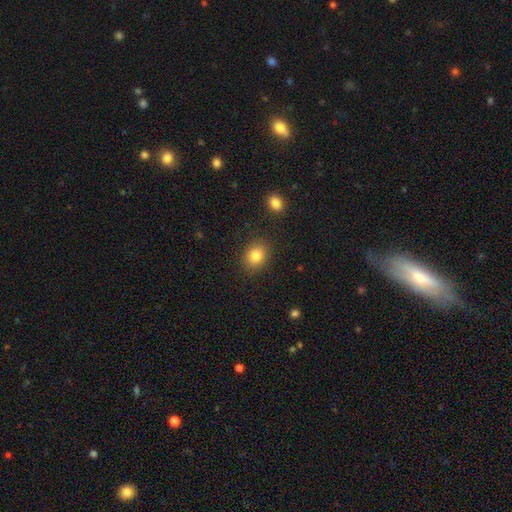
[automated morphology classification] Smooth or featured?
  - smooth: 83% *
  - star or artifact: 10%
  - featured or disk: 7%
How rounded?
  - round: 61% *
  - in between: 39%
  - cigar-shaped: 1%
Merging?
  - none: 87% *
  - minor disturbance: 8%
  - major disturbance: 3%
  - merger: 2%